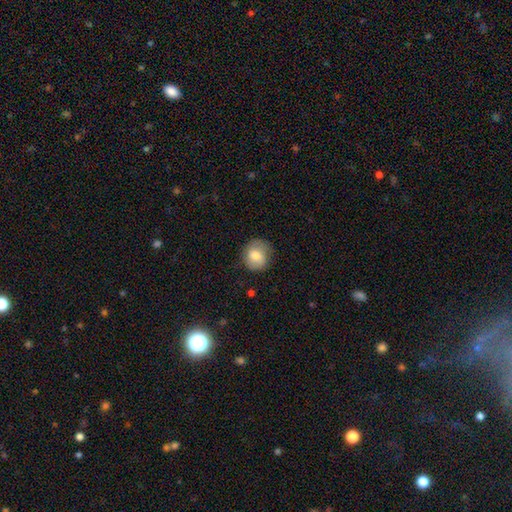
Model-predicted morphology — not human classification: A smooth galaxy with no disk features (74%) that is round (79%).

Vote fractions:
- Smooth or featured? smooth: 74% / featured or disk: 19% / star or artifact: 8%
- How rounded? round: 79% / in between: 20% / cigar-shaped: 1%
- Merging? none: 73% / minor disturbance: 20% / major disturbance: 6% / merger: 1%